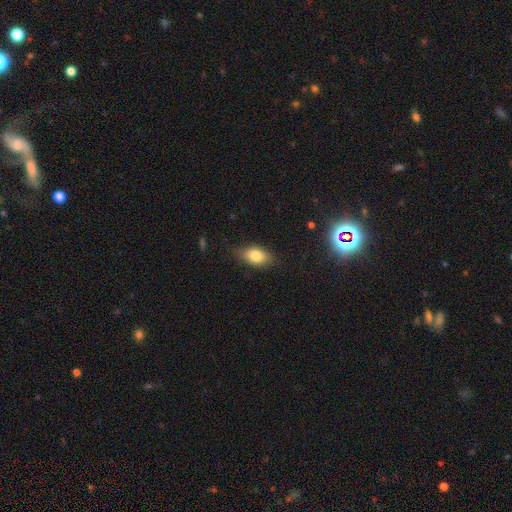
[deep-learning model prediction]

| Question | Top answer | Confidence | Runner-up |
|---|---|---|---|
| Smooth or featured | smooth | 80% | featured or disk (11%) |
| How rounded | in between | 87% | round (9%) |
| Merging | none | 77% | minor disturbance (18%) |